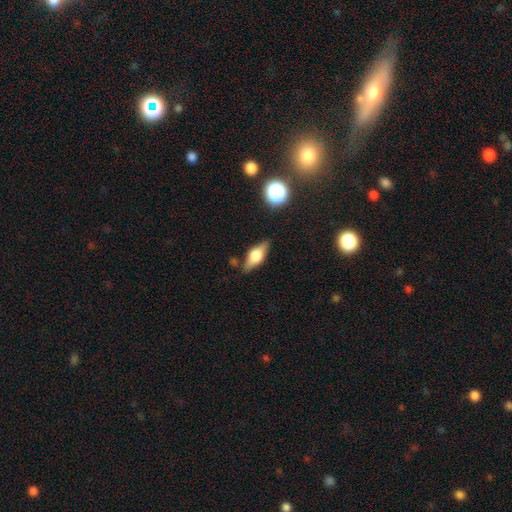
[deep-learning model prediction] A featured or disk galaxy (53%) viewed edge-on (91%).

Vote fractions:
- Smooth or featured? featured or disk: 53% / smooth: 39% / star or artifact: 8%
- Edge-on disk? yes: 91% / no: 9%
- Merging? none: 80% / minor disturbance: 14% / major disturbance: 3% / merger: 3%